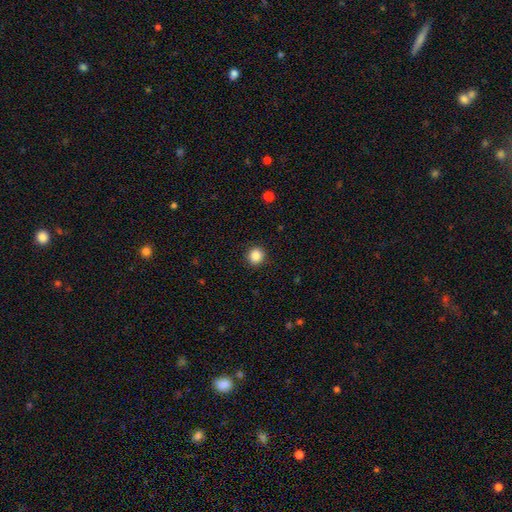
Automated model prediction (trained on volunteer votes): A smooth galaxy with no disk features (86%) that is round (92%). Merging: none (92%).